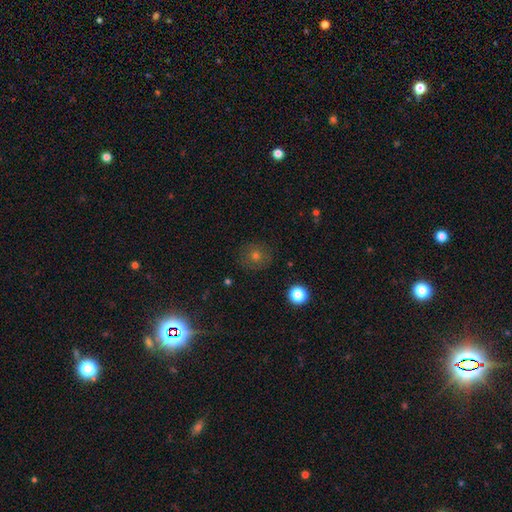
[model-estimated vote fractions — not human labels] Smooth or featured? smooth (56%)
How rounded? round (90%)
Merging? none (86%)